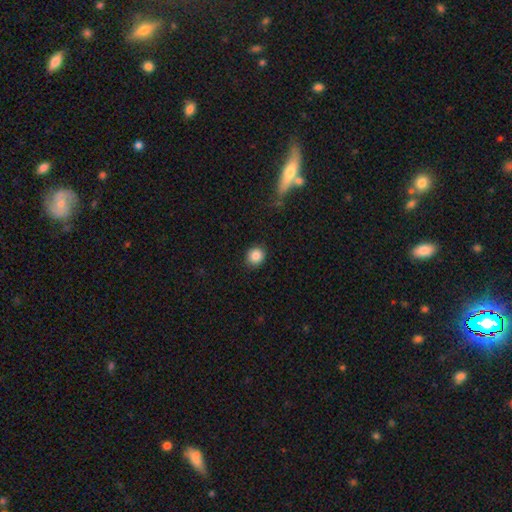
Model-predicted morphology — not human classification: This is clearly a smooth galaxy (85%). How rounded: clearly round (82%). Merging: clearly none (89%).